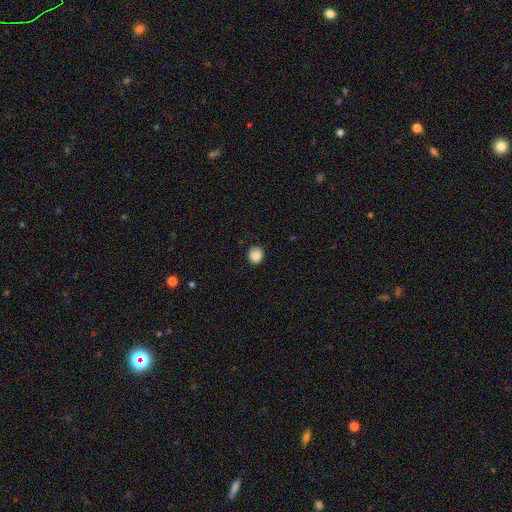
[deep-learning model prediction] Smooth or featured? Predicted: smooth (p=0.87). How rounded? Predicted: round (p=0.84). Merging? Predicted: none (p=0.85).